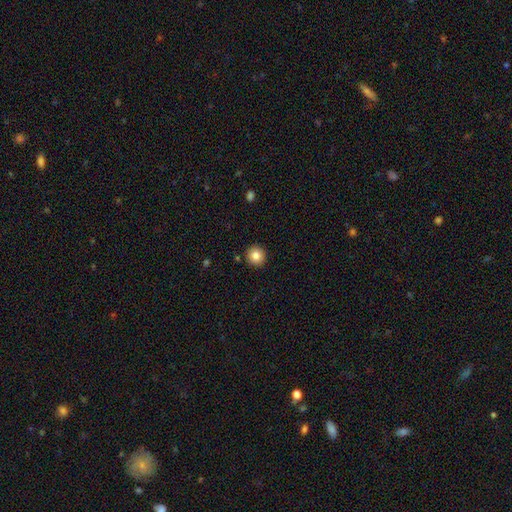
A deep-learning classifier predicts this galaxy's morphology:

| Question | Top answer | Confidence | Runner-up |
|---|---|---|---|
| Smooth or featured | smooth | 84% | star or artifact (10%) |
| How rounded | round | 94% | in between (5%) |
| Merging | none | 92% | minor disturbance (5%) |